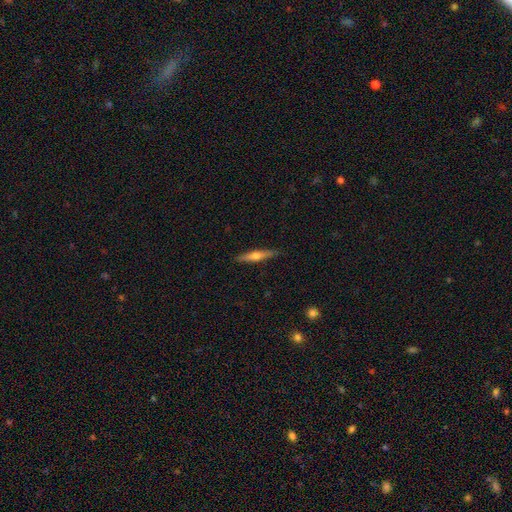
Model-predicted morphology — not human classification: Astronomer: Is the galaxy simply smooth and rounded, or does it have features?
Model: featured or disk — 53% (runner-up: smooth, 41%).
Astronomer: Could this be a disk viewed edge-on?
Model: yes — 96%.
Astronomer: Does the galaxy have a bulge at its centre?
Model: rounded — 86%.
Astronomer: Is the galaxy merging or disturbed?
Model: none — 88%.